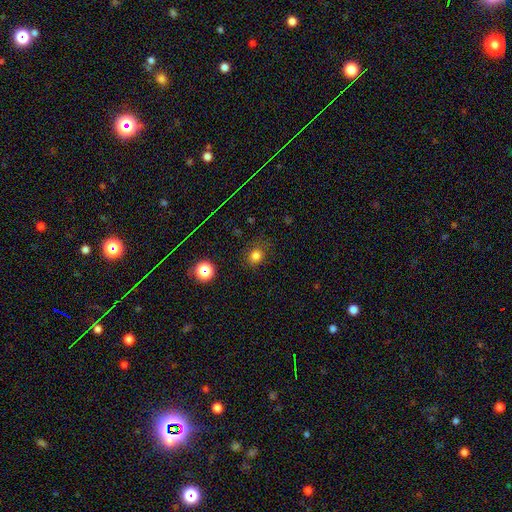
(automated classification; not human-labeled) Morphology: type=smooth (77%); roundness=round (76%); merging=none (79%).